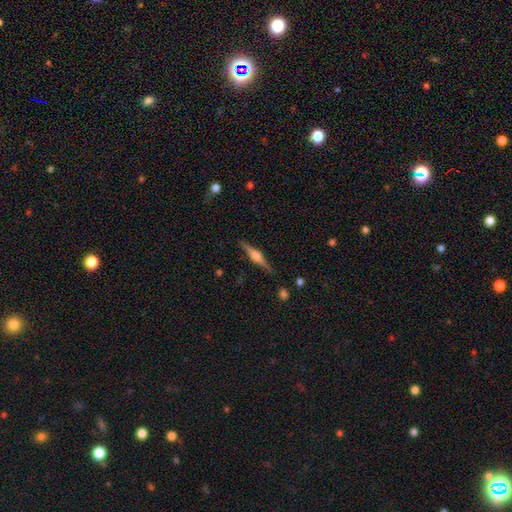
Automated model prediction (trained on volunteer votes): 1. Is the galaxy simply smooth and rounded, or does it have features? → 79% featured or disk, 14% smooth, 6% star or artifact.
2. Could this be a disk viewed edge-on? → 98% yes, 2% no.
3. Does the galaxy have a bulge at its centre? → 84% rounded, 13% boxy, 2% none.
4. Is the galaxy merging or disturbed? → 90% none, 7% minor disturbance, 2% major disturbance, 1% merger.